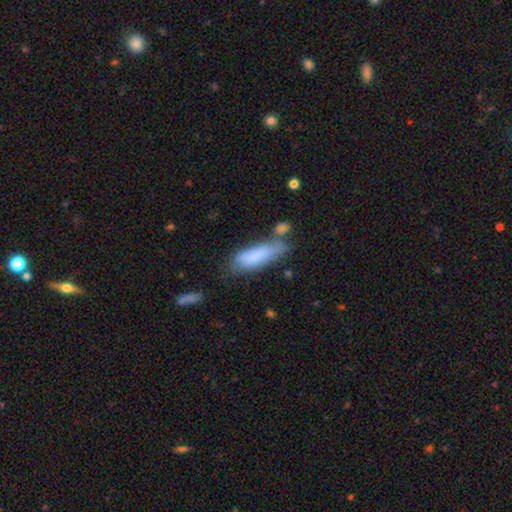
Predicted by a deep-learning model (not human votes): Smooth or featured? smooth (79%)
How rounded? in between (52%)
Merging? none (43%)